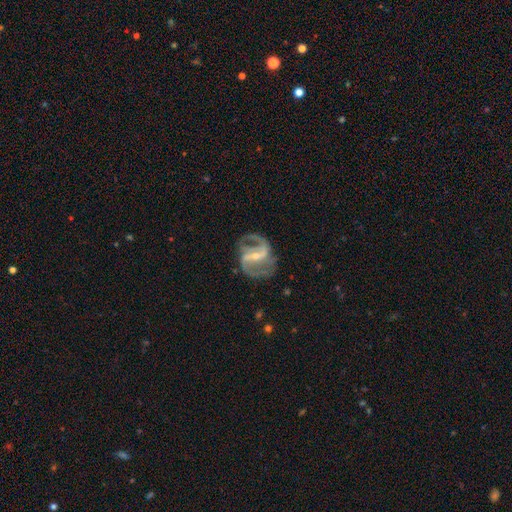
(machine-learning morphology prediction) Q: Smooth or featured?
A: featured or disk (92%); runner-up: star or artifact (5%)
Q: Edge-on disk?
A: no (97%); runner-up: yes (3%)
Q: Bar?
A: strong (60%); runner-up: weak (30%)
Q: Spiral arms?
A: yes (97%); runner-up: no (3%)
Q: Spiral winding?
A: medium (56%); runner-up: loose (30%)
Q: Spiral arm count?
A: 2 (85%); runner-up: 3 (6%)
Q: Bulge size?
A: small (64%); runner-up: moderate (32%)
Q: Merging?
A: none (72%); runner-up: minor disturbance (16%)